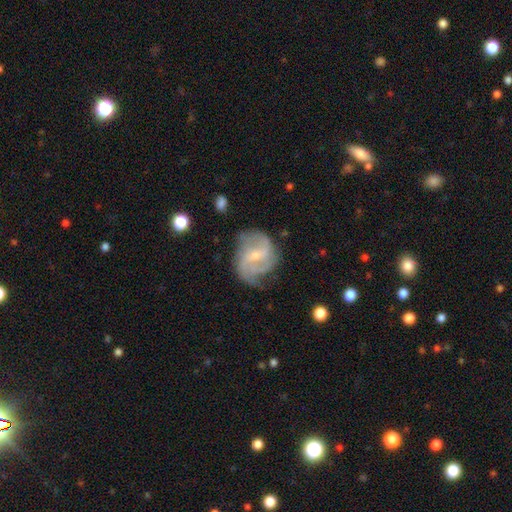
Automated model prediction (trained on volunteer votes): smooth_or_featured: featured or disk (p=0.80) [alt: smooth p=0.13]
disk_edge_on: no (p=0.98) [alt: yes p=0.02]
bar: weak (p=0.54) [alt: no p=0.26]
has_spiral_arms: yes (p=0.92) [alt: no p=0.08]
spiral_winding: medium (p=0.44) [alt: loose p=0.35]
spiral_arm_count: 2 (p=0.45) [alt: 3 p=0.22]
bulge_size: small (p=0.65) [alt: moderate p=0.28]
merging: none (p=0.58) [alt: minor disturbance p=0.25]